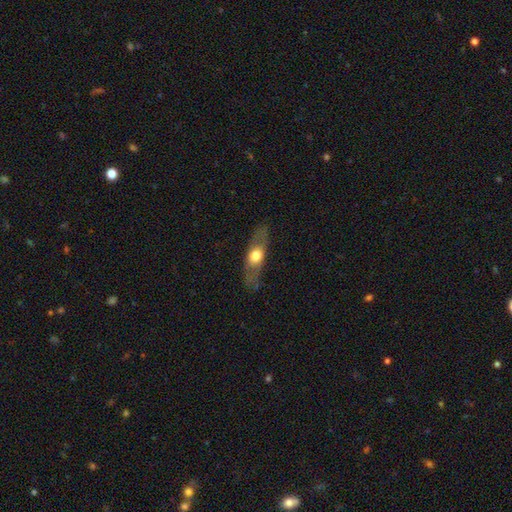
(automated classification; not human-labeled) Smooth or featured: smooth — 48% (featured or disk — 46%)
Merging: none — 77% (minor disturbance — 15%)